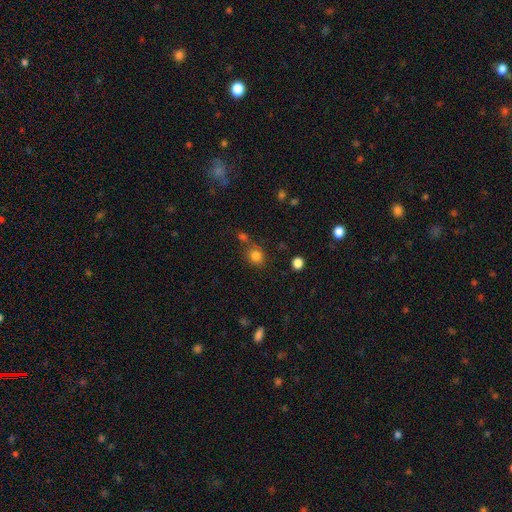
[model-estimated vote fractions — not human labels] Q: Smooth or featured?
A: smooth (81%); runner-up: star or artifact (13%)
Q: How rounded?
A: round (76%); runner-up: in between (23%)
Q: Merging?
A: none (64%); runner-up: merger (17%)